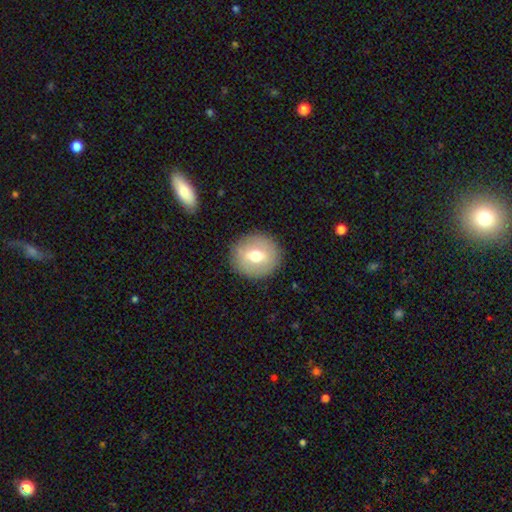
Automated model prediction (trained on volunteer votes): Smooth or featured: smooth — 60% (featured or disk — 32%)
How rounded: round — 86% (in between — 13%)
Merging: none — 88% (minor disturbance — 8%)